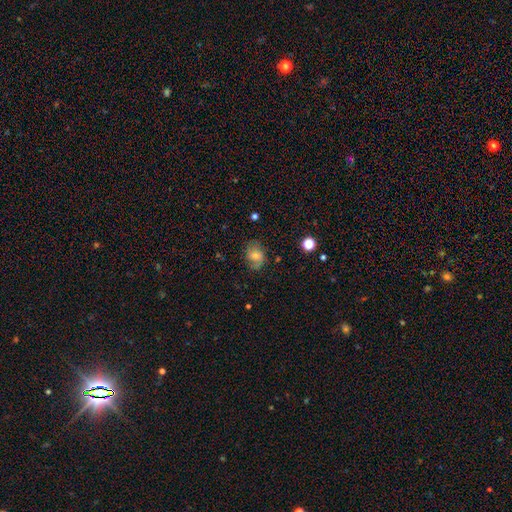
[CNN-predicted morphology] The model was most divided on "smooth or featured": smooth: 49%, featured or disk: 40%, star or artifact: 11%. More confident: merging — none (65%).